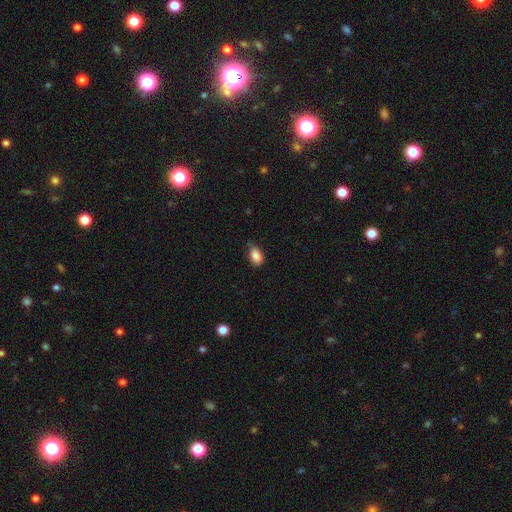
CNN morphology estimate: Overall: smooth (87%). How rounded: in between (90%). Merging: none (70%).